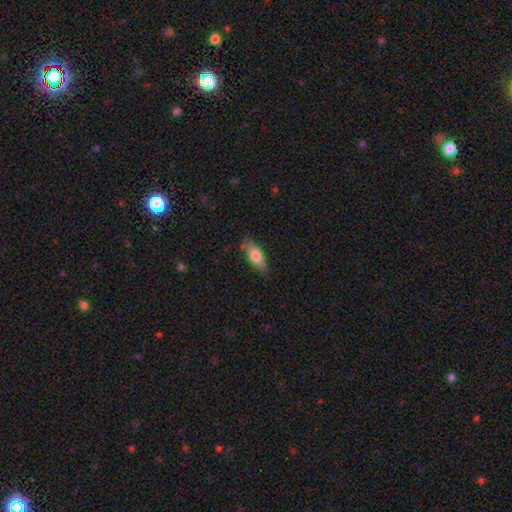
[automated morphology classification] smooth-or-featured: smooth: 72% | featured or disk: 22% | star or artifact: 6%
  how-rounded: in between: 68% | cigar-shaped: 30% | round: 3%
  merging: none: 79% | minor disturbance: 16% | major disturbance: 3% | merger: 2%